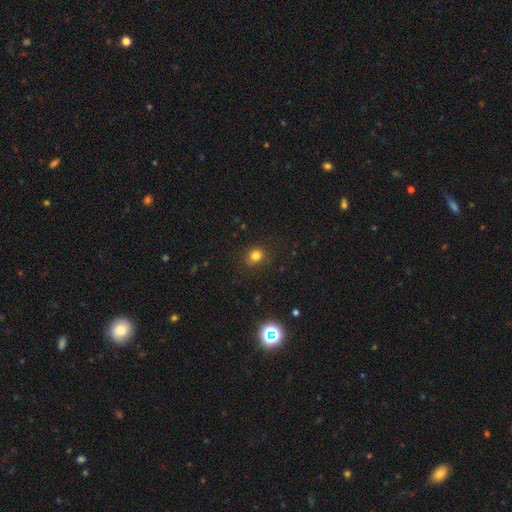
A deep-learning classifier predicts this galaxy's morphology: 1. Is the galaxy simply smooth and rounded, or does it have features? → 79% smooth, 15% star or artifact, 6% featured or disk.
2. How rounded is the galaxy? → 68% round, 31% in between, 1% cigar-shaped.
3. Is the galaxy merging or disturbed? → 83% none, 12% minor disturbance, 4% major disturbance, 1% merger.